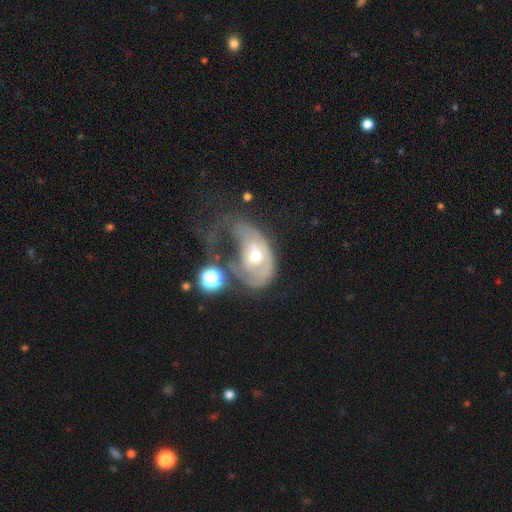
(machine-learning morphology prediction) Overall: featured or disk (60%; smooth 32%). Edge-on disk: no (94%). Bar: no (73%). Spiral arms: no (51%; yes 49%). Bulge size: moderate (66%). Merging: major disturbance (56%).